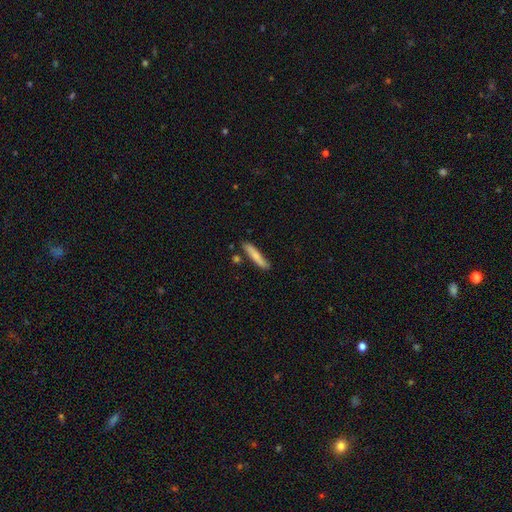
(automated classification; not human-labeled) Q: Smooth or featured?
A: smooth (77%); runner-up: featured or disk (18%)
Q: How rounded?
A: cigar-shaped (90%); runner-up: in between (9%)
Q: Merging?
A: none (80%); runner-up: minor disturbance (13%)